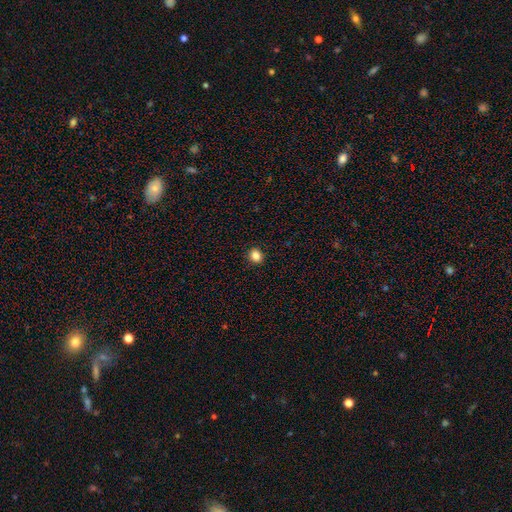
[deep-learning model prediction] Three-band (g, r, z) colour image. It shows a smooth galaxy with no disk features (85%) that is round (68%). Merging: none (92%).